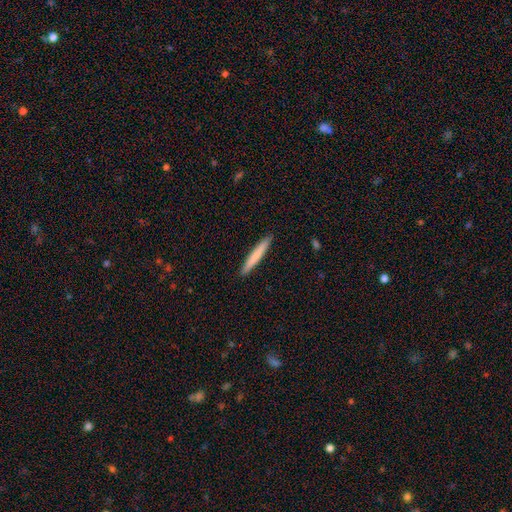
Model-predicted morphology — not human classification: This is likely a smooth galaxy (74%). How rounded: clearly cigar-shaped (96%). Merging: clearly none (93%).